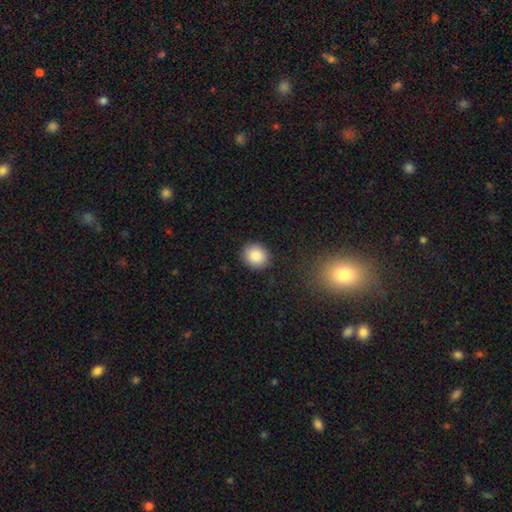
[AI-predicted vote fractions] smooth_or_featured: smooth (p=0.87) [alt: star or artifact p=0.08]
how_rounded: round (p=0.78) [alt: in between p=0.21]
merging: none (p=0.90) [alt: minor disturbance p=0.07]